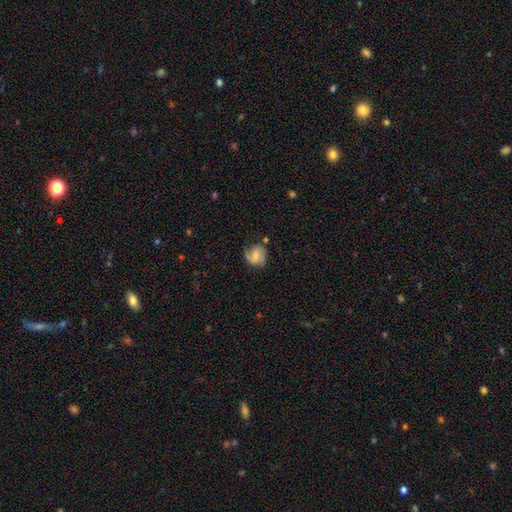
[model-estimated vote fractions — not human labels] Smooth or featured? featured or disk (48%)
Merging? none (65%)